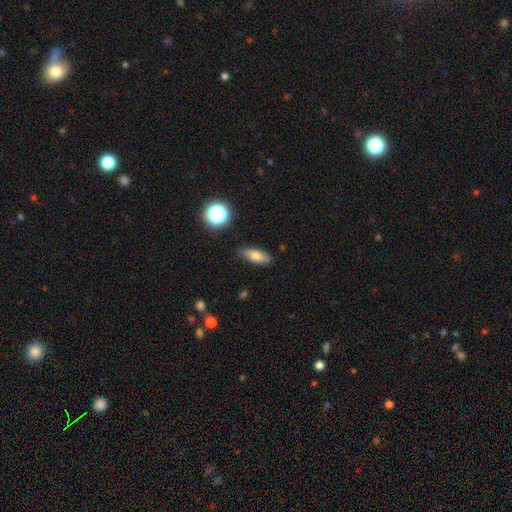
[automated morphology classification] Smooth or featured? Predicted: smooth (p=0.70). How rounded? Predicted: in between (p=0.63). Merging? Predicted: none (p=0.84).